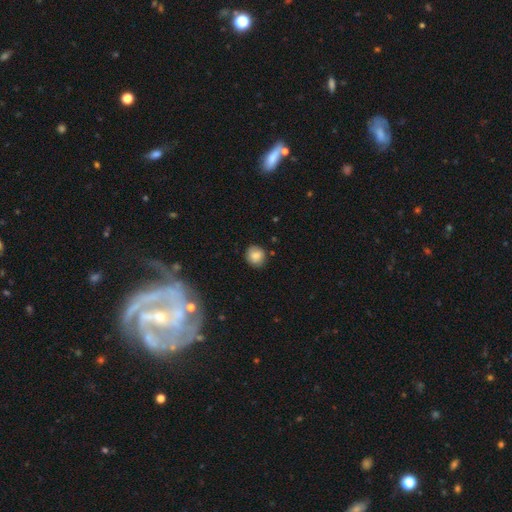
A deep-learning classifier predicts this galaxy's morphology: smooth_or_featured: smooth (p=0.84) [alt: star or artifact p=0.09]
how_rounded: round (p=0.84) [alt: in between p=0.15]
merging: none (p=0.86) [alt: minor disturbance p=0.11]